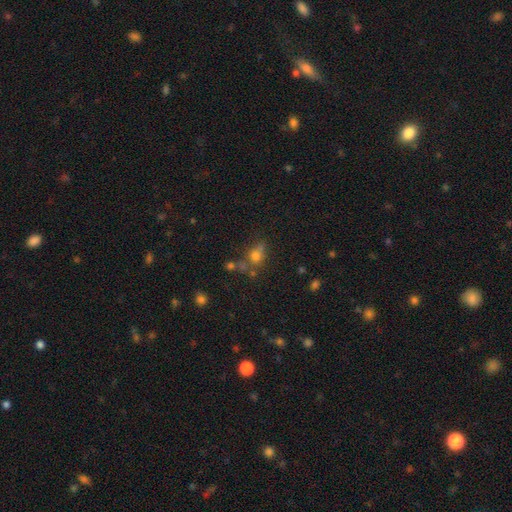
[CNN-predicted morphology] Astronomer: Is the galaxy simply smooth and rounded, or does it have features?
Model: smooth — 68%.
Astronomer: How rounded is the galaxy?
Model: round — 58% (runner-up: in between, 38%).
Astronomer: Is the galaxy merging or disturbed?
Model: none — 45% (runner-up: merger, 25%).